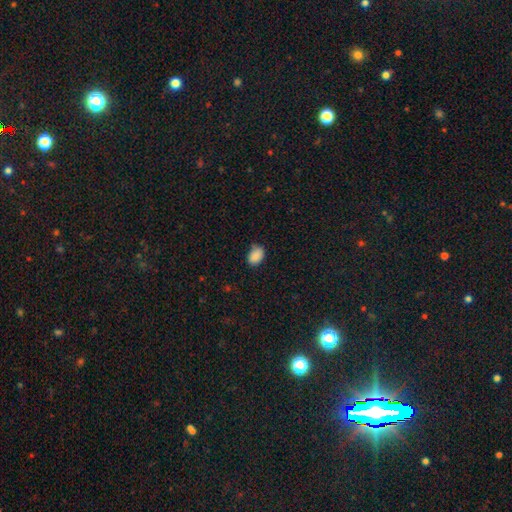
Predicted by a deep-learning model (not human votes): Smooth or featured?
  - smooth: 89% *
  - star or artifact: 8%
  - featured or disk: 3%
How rounded?
  - in between: 82% *
  - round: 17%
  - cigar-shaped: 1%
Merging?
  - none: 77% *
  - minor disturbance: 18%
  - major disturbance: 3%
  - merger: 2%